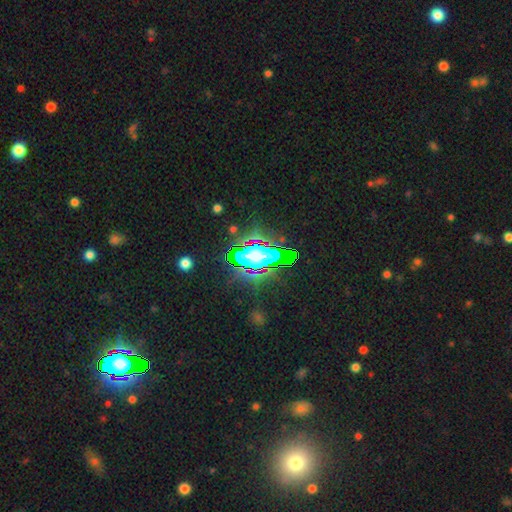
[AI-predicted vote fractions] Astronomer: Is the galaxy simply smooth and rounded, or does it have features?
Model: star or artifact — 64%.